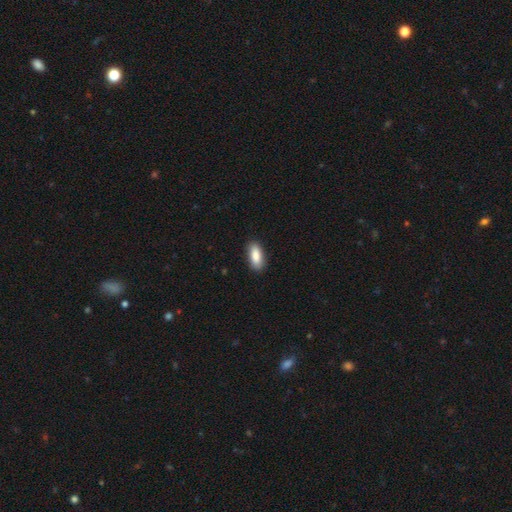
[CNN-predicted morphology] A smooth galaxy with no disk features (88%) that is in between round and cigar-shaped (83%).

Vote fractions:
- Smooth or featured? smooth: 88% / star or artifact: 6% / featured or disk: 6%
- How rounded? in between: 83% / cigar-shaped: 14% / round: 2%
- Merging? none: 86% / minor disturbance: 10% / major disturbance: 2% / merger: 1%